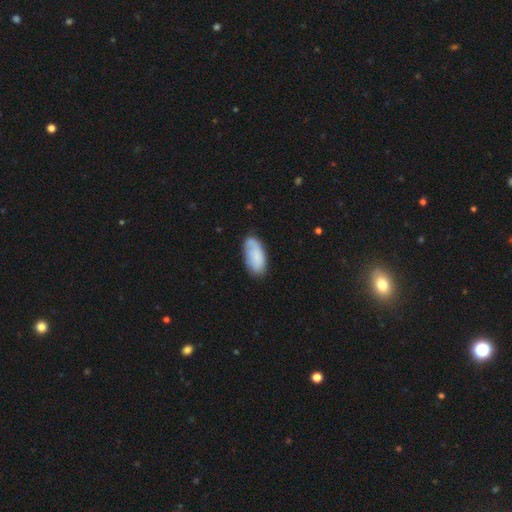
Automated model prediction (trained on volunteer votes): Morphology: type=smooth (75%); roundness=in between (93%); merging=none (70%).